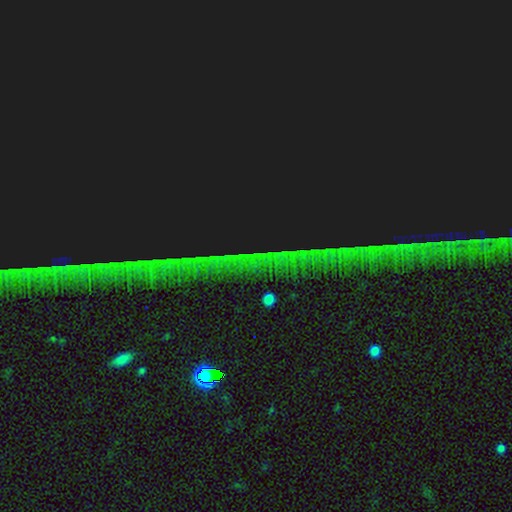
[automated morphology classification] Smooth or featured?
  - star or artifact: 81% *
  - smooth: 11%
  - featured or disk: 8%